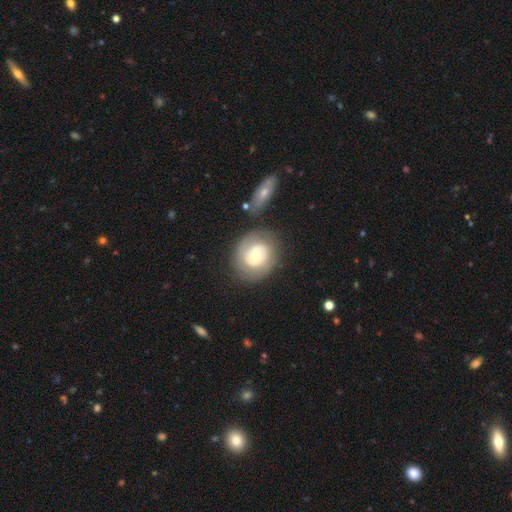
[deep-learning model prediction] This is likely a featured or disk galaxy (66%). It is clearly not viewed edge-on (97%). Bar: possibly no (60%). Spiral arm pattern: likely yes (77%). Central bulge: likely moderate (64%). Merging: likely none (72%).